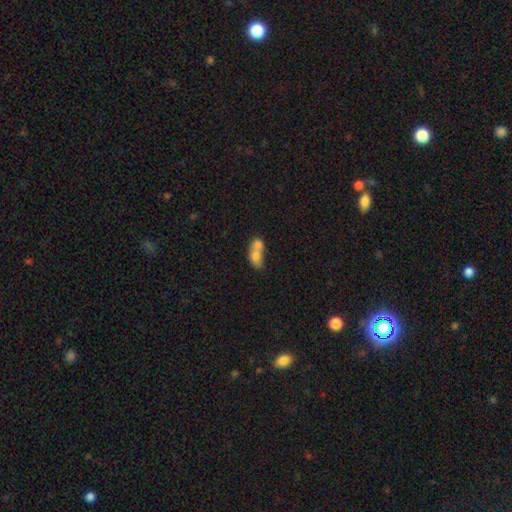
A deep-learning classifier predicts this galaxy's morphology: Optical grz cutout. It shows a smooth galaxy with no disk features (70%) that is in between round and cigar-shaped (75%). Merging: merger (72%).